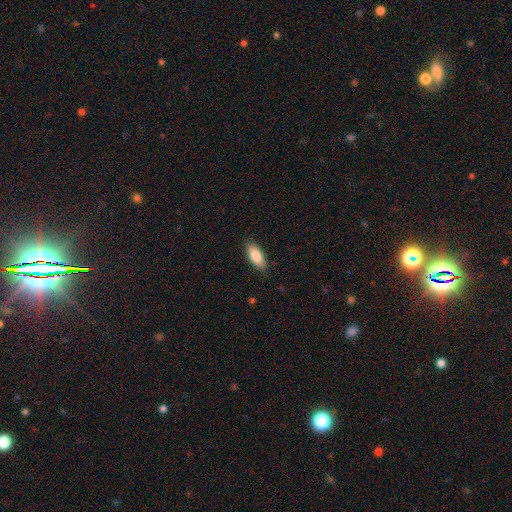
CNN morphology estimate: Smooth or featured? Predicted: smooth (p=0.85). How rounded? Predicted: in between (p=0.81). Merging? Predicted: none (p=0.87).